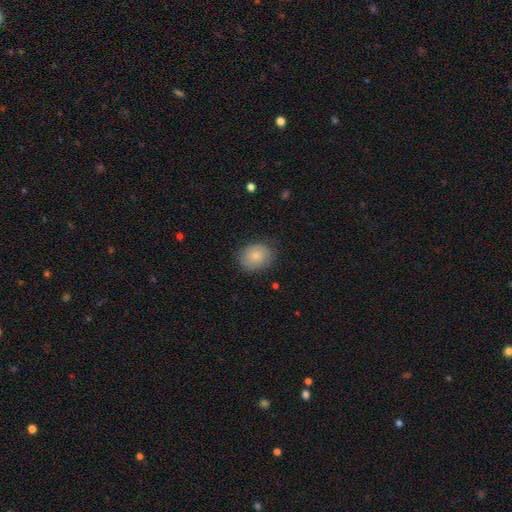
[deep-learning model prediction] Overall: smooth (82%). How rounded: round (51%; in between 48%). Merging: none (80%).